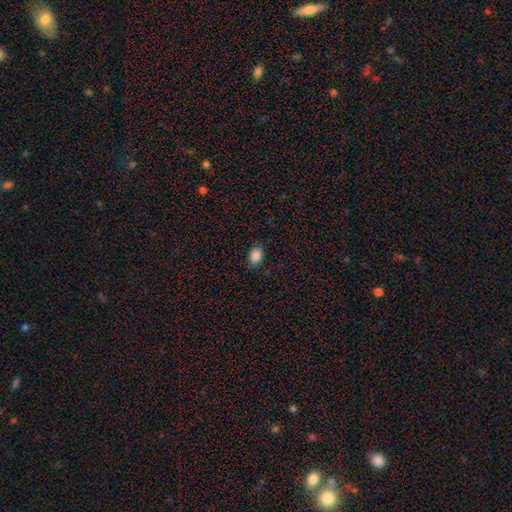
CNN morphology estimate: A smooth galaxy with no disk features (87%) that is in between round and cigar-shaped (73%).

Vote fractions:
- Smooth or featured? smooth: 87% / star or artifact: 9% / featured or disk: 4%
- How rounded? in between: 73% / round: 26% / cigar-shaped: 1%
- Merging? none: 84% / minor disturbance: 12% / major disturbance: 3% / merger: 1%